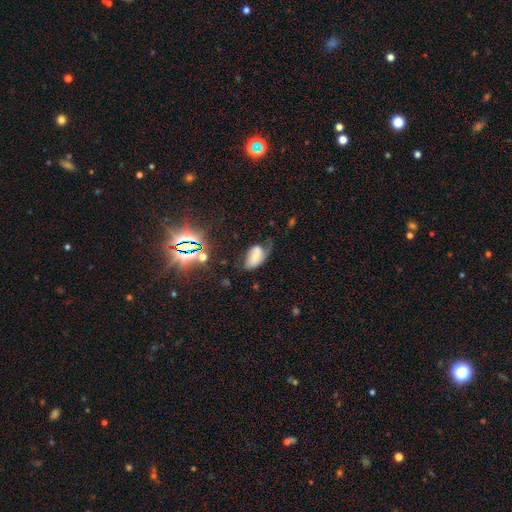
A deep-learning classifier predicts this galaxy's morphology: type=smooth (46%); merging=none (37%).